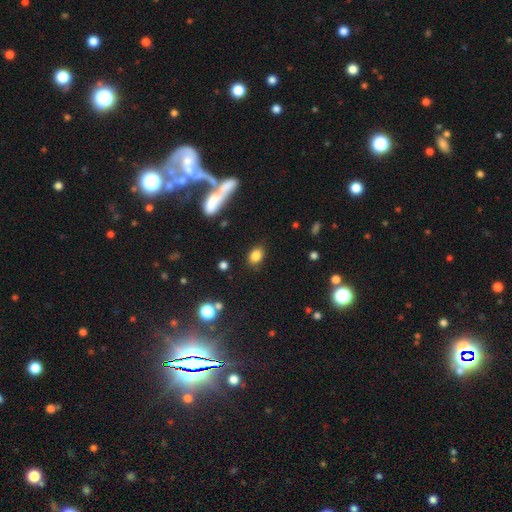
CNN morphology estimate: type=smooth (83%); roundness=in between (73%); merging=none (77%).